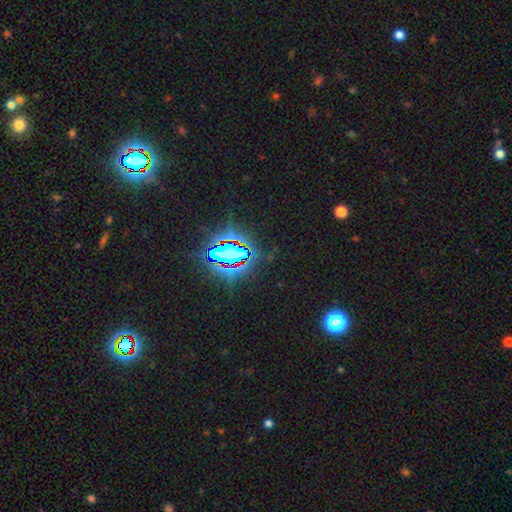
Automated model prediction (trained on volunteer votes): A star or artifact, not a galaxy (83%).